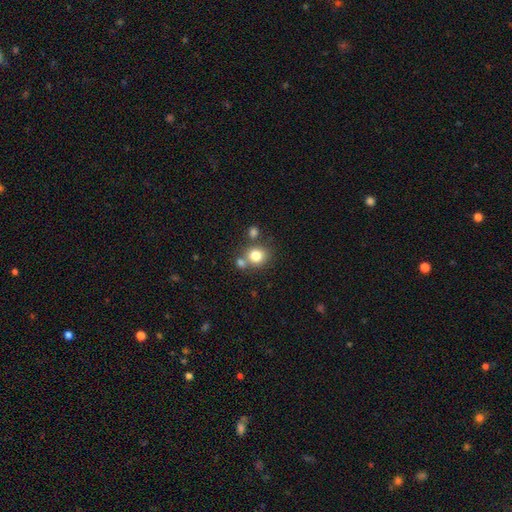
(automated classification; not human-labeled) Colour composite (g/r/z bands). It shows a smooth galaxy with no disk features (79%) that is round (80%). Merging: none (61%).